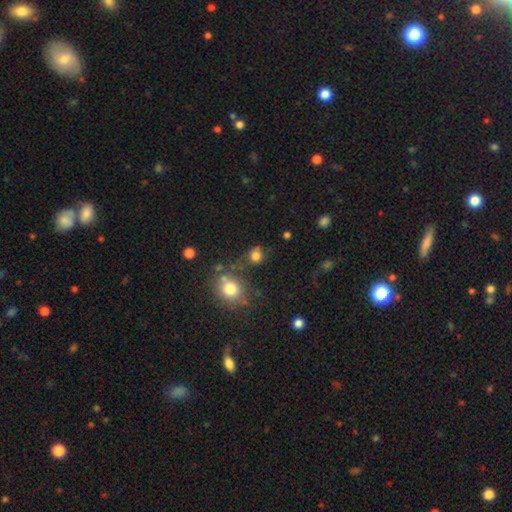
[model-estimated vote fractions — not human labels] Smooth or featured: smooth — 77% (star or artifact — 16%)
How rounded: round — 80% (in between — 19%)
Merging: none — 63% (minor disturbance — 17%)